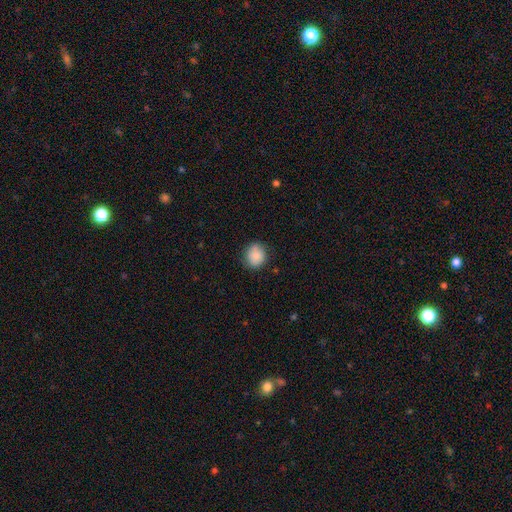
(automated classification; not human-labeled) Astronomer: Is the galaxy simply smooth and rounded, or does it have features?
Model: smooth — 86%.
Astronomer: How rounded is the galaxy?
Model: round — 76%.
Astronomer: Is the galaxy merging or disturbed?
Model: none — 80%.